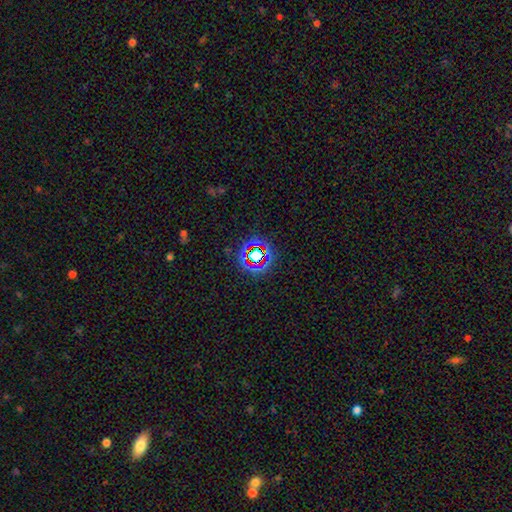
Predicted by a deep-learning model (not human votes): smooth_or_featured: star or artifact (p=0.63) [alt: smooth p=0.24]